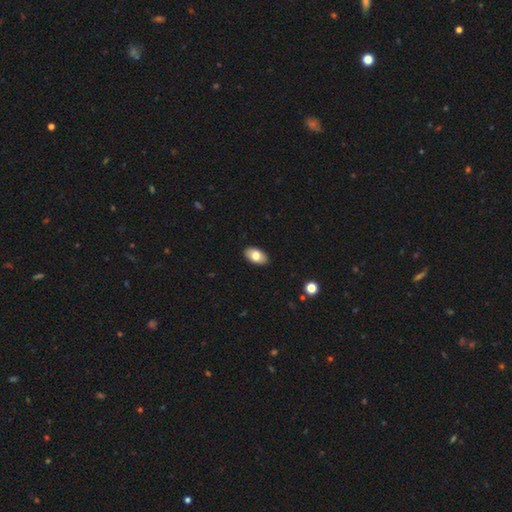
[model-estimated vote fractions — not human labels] A smooth galaxy with no disk features (76%) that is in between round and cigar-shaped (93%). Merging: none (89%).